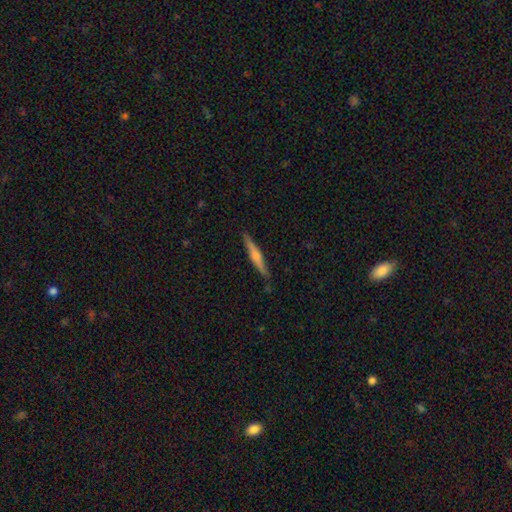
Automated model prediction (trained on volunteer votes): A featured or disk galaxy (65%) viewed edge-on (97%) with a rounded central bulge (79%).

Vote fractions:
- Smooth or featured? featured or disk: 65% / smooth: 29% / star or artifact: 6%
- Edge-on disk? yes: 97% / no: 3%
- Edge-on bulge? rounded: 79% / none: 15% / boxy: 6%
- Merging? none: 89% / minor disturbance: 8% / major disturbance: 1% / merger: 1%